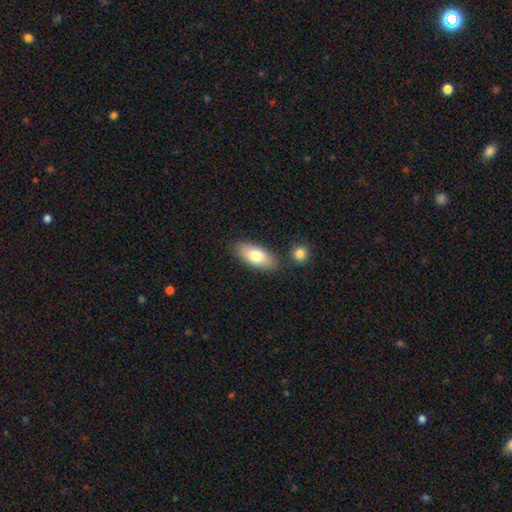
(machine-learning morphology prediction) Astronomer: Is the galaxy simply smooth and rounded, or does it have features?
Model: smooth — 77%.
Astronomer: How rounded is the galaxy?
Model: in between — 86%.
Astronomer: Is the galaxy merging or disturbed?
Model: none — 80%.